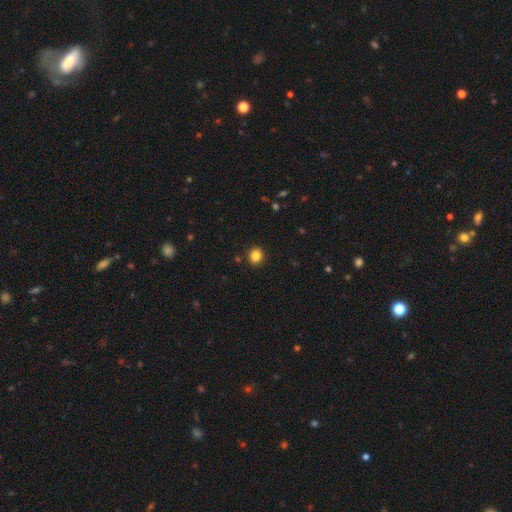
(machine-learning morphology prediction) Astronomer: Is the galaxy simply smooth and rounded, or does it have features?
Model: smooth — 85%.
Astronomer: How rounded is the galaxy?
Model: round — 77%.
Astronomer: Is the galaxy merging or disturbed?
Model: none — 91%.